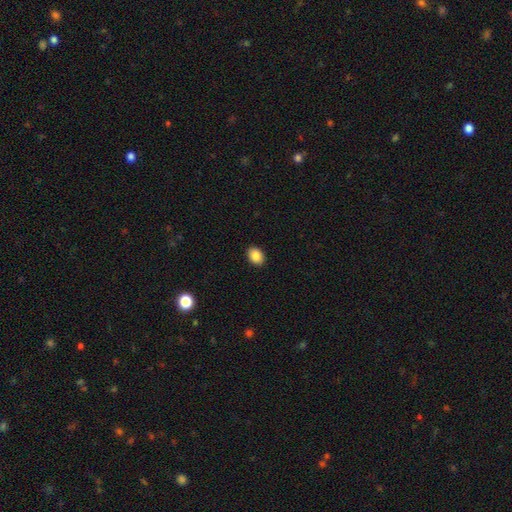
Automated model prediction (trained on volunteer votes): Smooth or featured? Predicted: smooth (p=0.88). How rounded? Predicted: in between (p=0.64). Merging? Predicted: none (p=0.91).